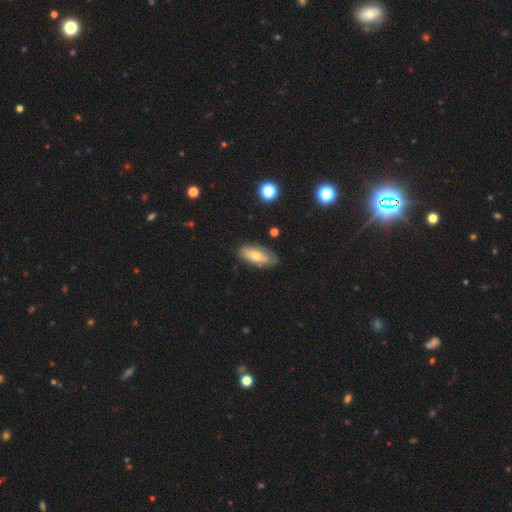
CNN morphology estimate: This is possibly a smooth galaxy (60%). How rounded: clearly in between (83%). Merging: likely none (71%).